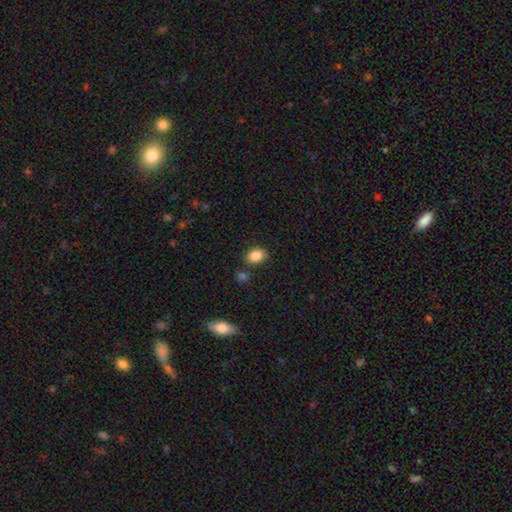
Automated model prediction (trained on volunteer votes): Q: Smooth or featured?
A: smooth (86%); runner-up: star or artifact (9%)
Q: How rounded?
A: in between (69%); runner-up: round (30%)
Q: Merging?
A: none (79%); runner-up: minor disturbance (12%)